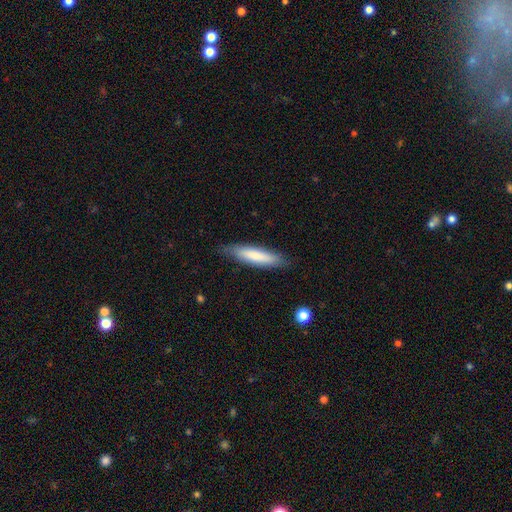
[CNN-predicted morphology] A smooth galaxy with no disk features (76%) that is cigar-shaped (80%). Merging: none (83%).